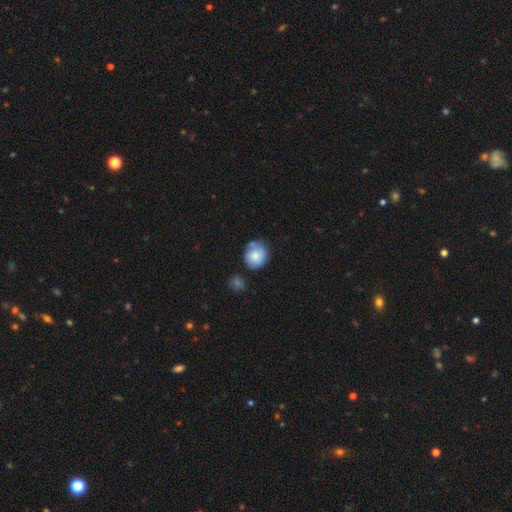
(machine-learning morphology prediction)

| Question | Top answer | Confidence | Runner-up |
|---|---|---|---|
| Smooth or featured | smooth | 79% | featured or disk (14%) |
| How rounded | round | 79% | in between (20%) |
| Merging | none | 64% | minor disturbance (20%) |